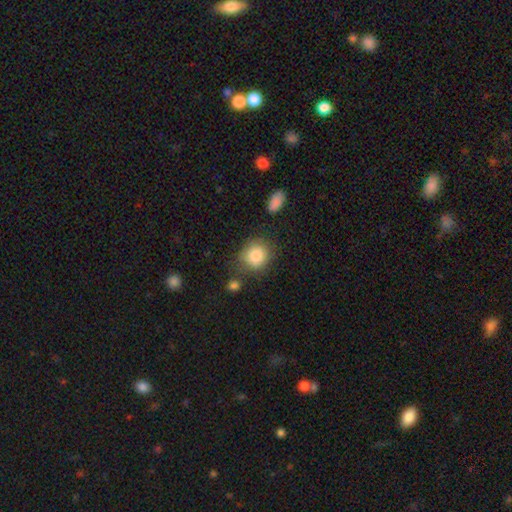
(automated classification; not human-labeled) Morphology: type=smooth (87%); roundness=round (74%); merging=none (70%).